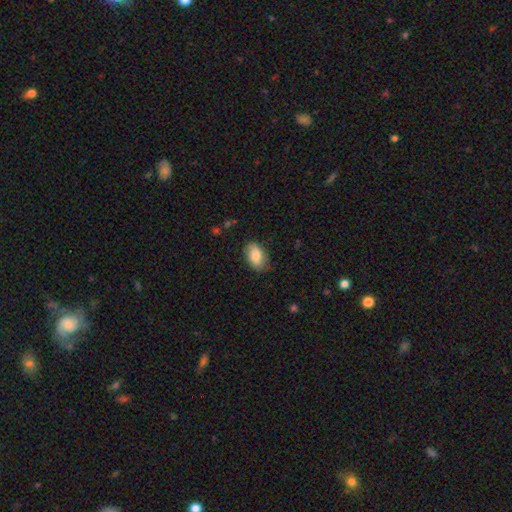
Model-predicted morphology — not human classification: This appears to be a smooth galaxy with no disk features (80%) that is in between round and cigar-shaped (91%). Merging: none (81%).